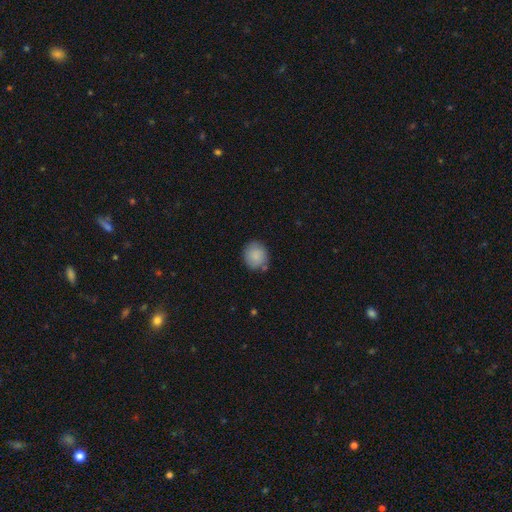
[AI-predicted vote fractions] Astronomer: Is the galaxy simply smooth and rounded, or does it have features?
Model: smooth — 87%.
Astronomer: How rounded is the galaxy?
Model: round — 77%.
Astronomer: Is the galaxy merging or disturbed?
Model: none — 78%.